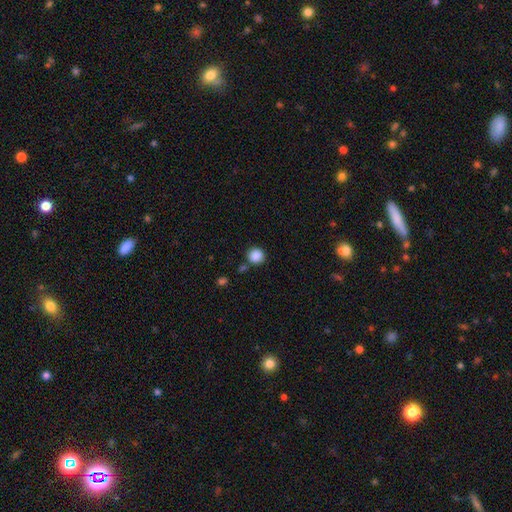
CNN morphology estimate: smooth 87%, star or artifact 9%, featured or disk 3%. Down the decision tree: how rounded — round (91%); merging — none (80%).